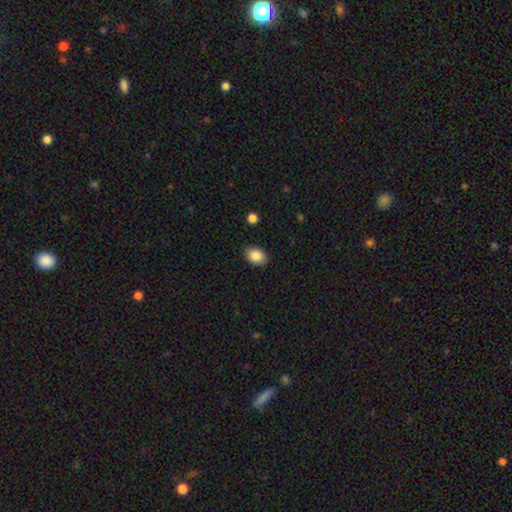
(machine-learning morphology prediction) smooth_or_featured: smooth (p=0.87) [alt: star or artifact p=0.08]
how_rounded: in between (p=0.72) [alt: round p=0.27]
merging: none (p=0.87) [alt: minor disturbance p=0.10]